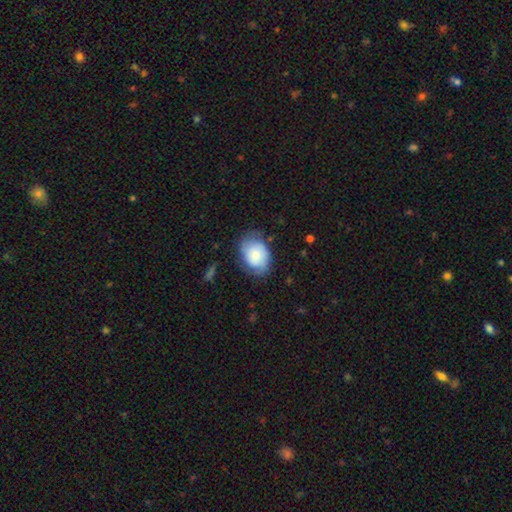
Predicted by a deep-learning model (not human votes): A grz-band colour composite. It shows a smooth galaxy with no disk features (63%) that is in between round and cigar-shaped (70%). Merging: none (62%).